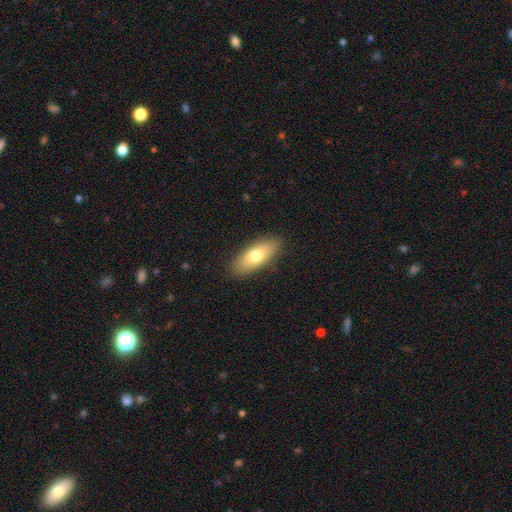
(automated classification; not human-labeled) The model was most divided on "how rounded": in between: 72%, cigar-shaped: 25%, round: 3%. More confident: merging — none (88%); smooth or featured — smooth (71%).